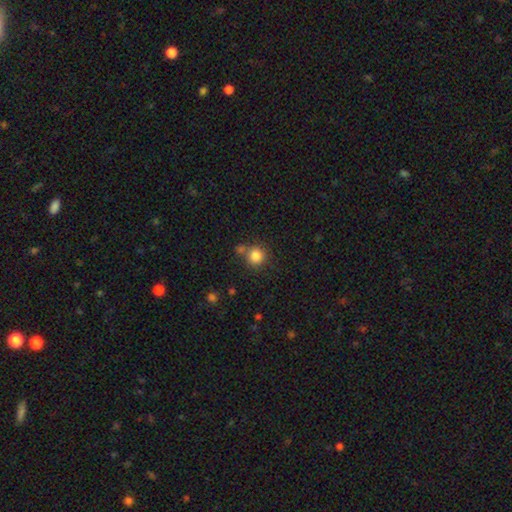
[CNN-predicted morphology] Smooth or featured? smooth (83%)
How rounded? round (92%)
Merging? none (67%)